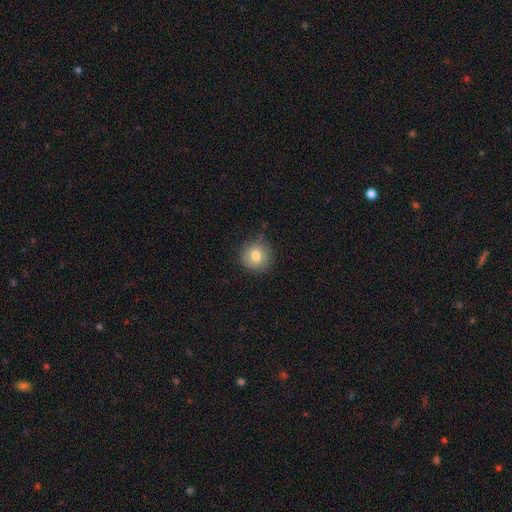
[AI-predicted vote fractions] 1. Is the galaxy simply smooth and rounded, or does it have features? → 77% smooth, 13% featured or disk, 10% star or artifact.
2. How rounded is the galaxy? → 92% round, 7% in between, 1% cigar-shaped.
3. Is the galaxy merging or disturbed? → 81% none, 14% minor disturbance, 3% major disturbance, 1% merger.